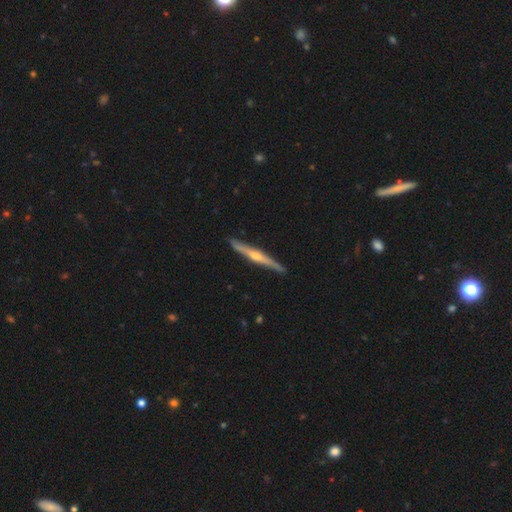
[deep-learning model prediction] Morphology: type=featured or disk (76%); edge-on=yes (97%); edge-on bulge=rounded (85%); merging=none (90%).